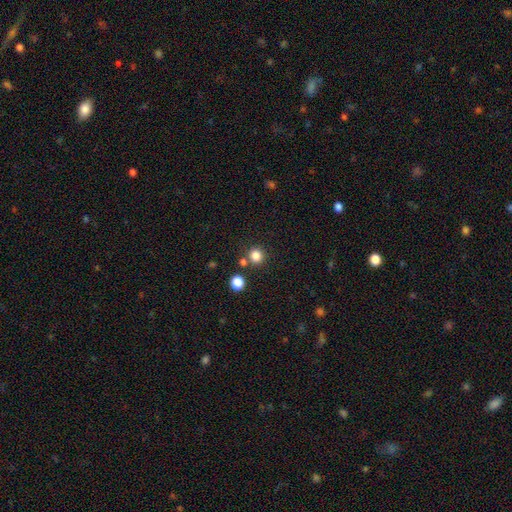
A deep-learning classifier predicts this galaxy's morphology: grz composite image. It shows a smooth galaxy with no disk features (83%) that is round (92%). Merging: none (78%).